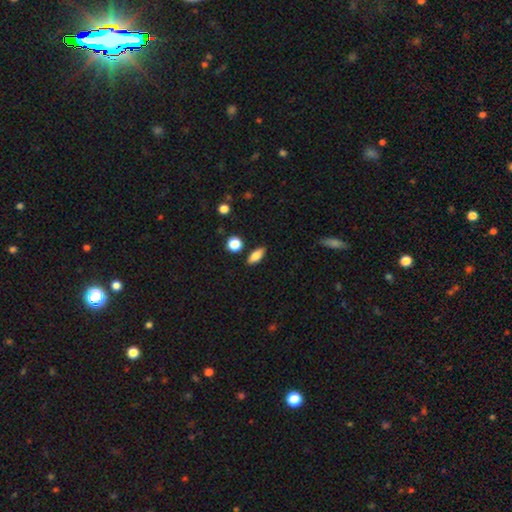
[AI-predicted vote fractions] This appears to be a smooth galaxy with no disk features (81%) that is in between round and cigar-shaped (78%). Merging: none (85%).